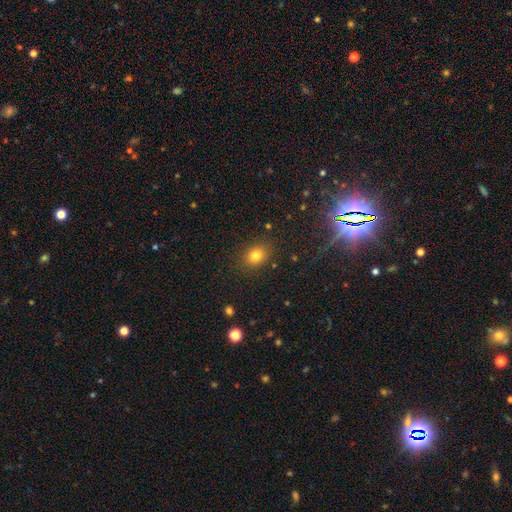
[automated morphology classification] Overall: smooth (80%). How rounded: in between (50%; round 48%). Merging: none (85%).